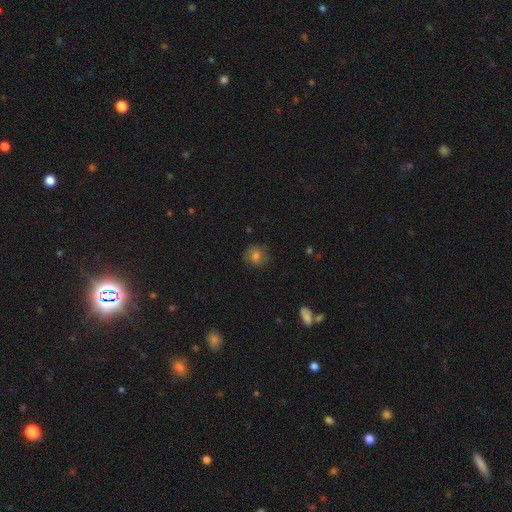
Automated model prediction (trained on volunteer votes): smooth 68%, featured or disk 20%, star or artifact 11%. Down the decision tree: how rounded — round (82%); merging — none (79%).